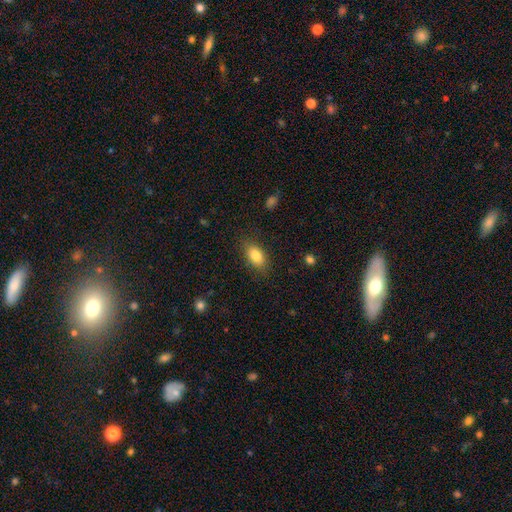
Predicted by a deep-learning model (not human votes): This is clearly a smooth galaxy (84%). How rounded: clearly in between (88%). Merging: clearly none (83%).